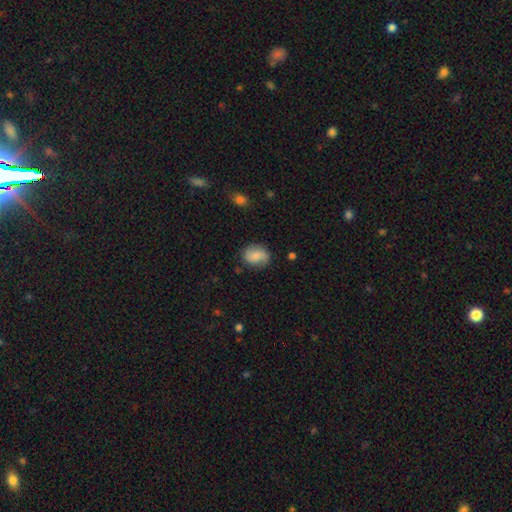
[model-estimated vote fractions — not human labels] Morphology: type=smooth (60%); roundness=in between (52%); merging=none (73%).